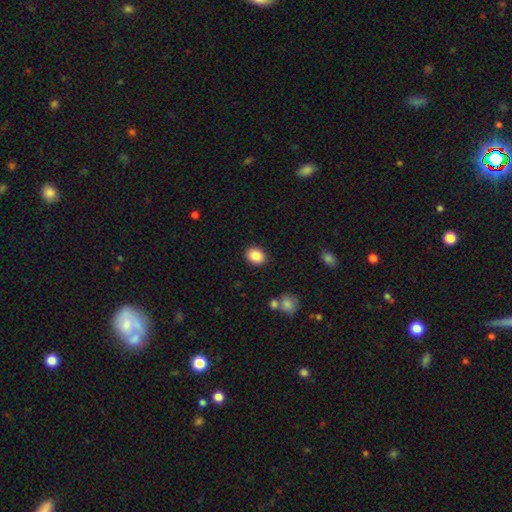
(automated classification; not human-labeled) This is clearly a smooth galaxy (87%). How rounded: possibly round (51%). Merging: clearly none (89%).